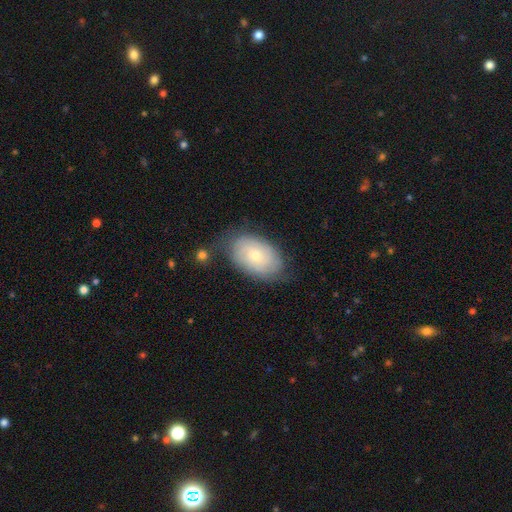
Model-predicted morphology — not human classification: This appears to be a featured or disk galaxy (53%). Merging: none (71%).